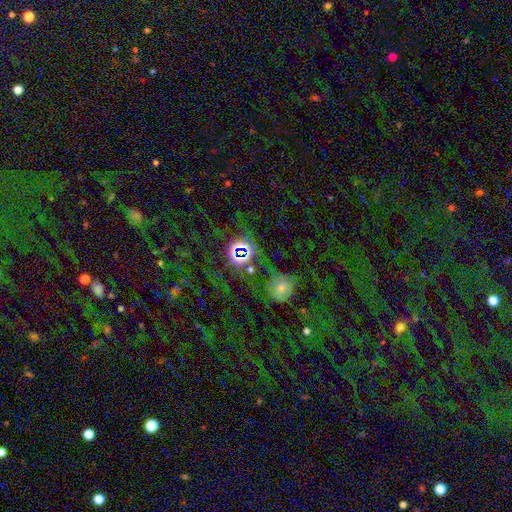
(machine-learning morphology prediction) smooth-or-featured: star or artifact: 71% | smooth: 20% | featured or disk: 9%